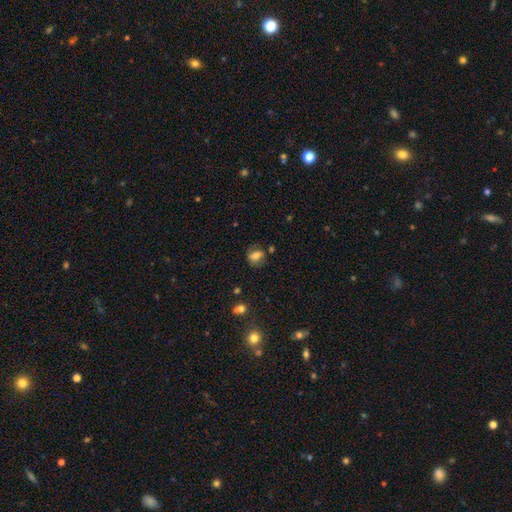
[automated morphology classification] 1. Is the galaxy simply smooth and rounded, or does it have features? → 65% smooth, 24% featured or disk, 11% star or artifact.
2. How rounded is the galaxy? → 61% in between, 37% round, 3% cigar-shaped.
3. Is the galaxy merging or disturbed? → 65% none, 21% minor disturbance, 9% major disturbance, 5% merger.